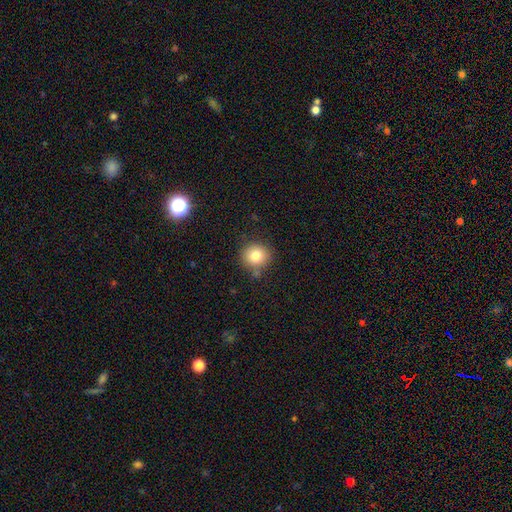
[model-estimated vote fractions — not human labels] Q: Smooth or featured?
A: smooth (80%); runner-up: star or artifact (12%)
Q: How rounded?
A: round (89%); runner-up: in between (10%)
Q: Merging?
A: none (82%); runner-up: minor disturbance (11%)